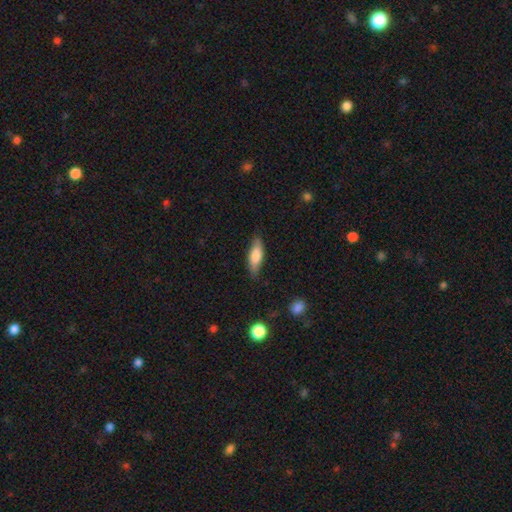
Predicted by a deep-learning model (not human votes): This is likely a smooth galaxy (74%). How rounded: possibly in between (54%). Merging: clearly none (83%).